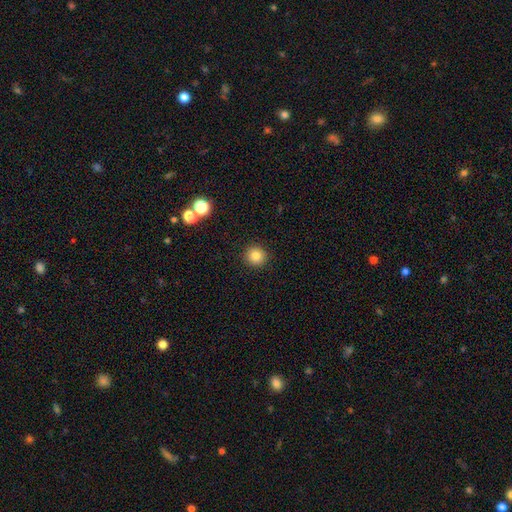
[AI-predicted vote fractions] Morphology: type=smooth (83%); roundness=round (94%); merging=none (92%).